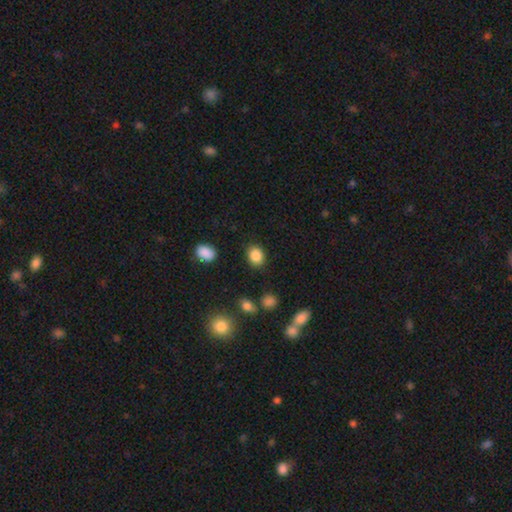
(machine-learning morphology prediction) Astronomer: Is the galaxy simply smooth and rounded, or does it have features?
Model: smooth — 86%.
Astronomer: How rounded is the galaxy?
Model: in between — 52% (runner-up: round, 47%).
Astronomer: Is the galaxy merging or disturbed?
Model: none — 86%.